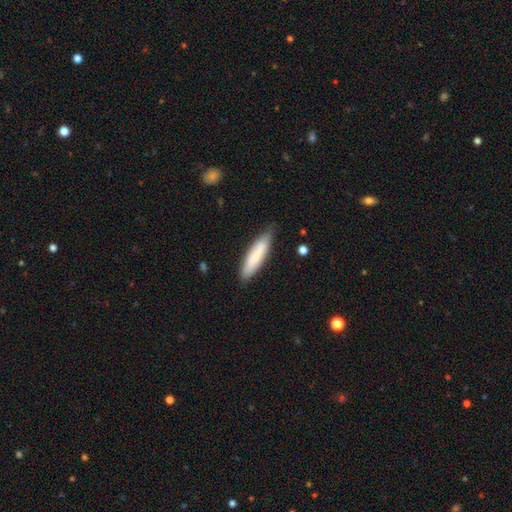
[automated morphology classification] Q: Smooth or featured?
A: smooth (77%); runner-up: featured or disk (17%)
Q: How rounded?
A: cigar-shaped (73%); runner-up: in between (26%)
Q: Merging?
A: none (74%); runner-up: minor disturbance (21%)